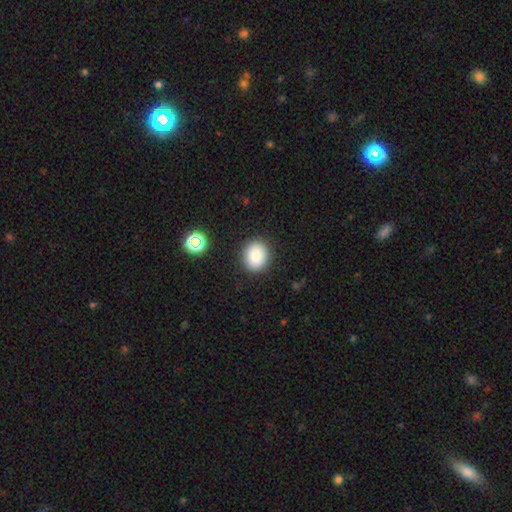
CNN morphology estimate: Overall: smooth (84%). How rounded: round (70%). Merging: none (88%).